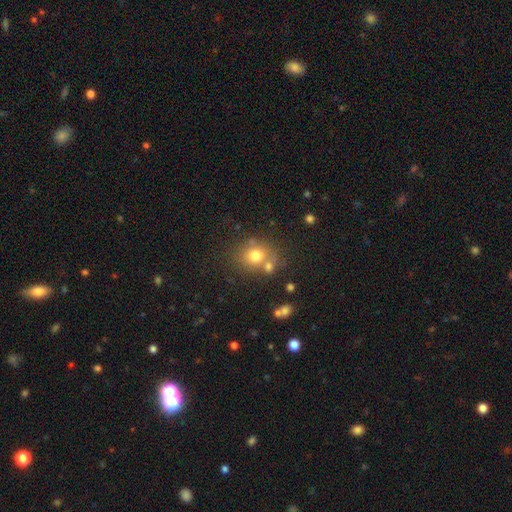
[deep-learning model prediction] Smooth or featured?
  - smooth: 74% *
  - star or artifact: 13%
  - featured or disk: 13%
How rounded?
  - round: 67% *
  - in between: 32%
  - cigar-shaped: 1%
Merging?
  - none: 60% *
  - merger: 22%
  - minor disturbance: 13%
  - major disturbance: 5%